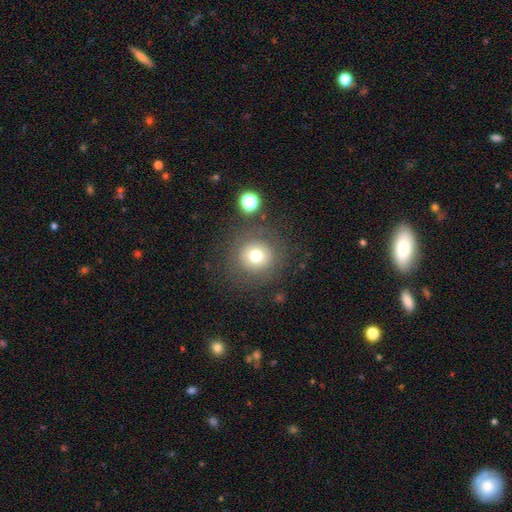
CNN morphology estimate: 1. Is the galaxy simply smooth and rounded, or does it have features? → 71% smooth, 14% featured or disk, 14% star or artifact.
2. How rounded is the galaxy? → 94% round, 5% in between, 1% cigar-shaped.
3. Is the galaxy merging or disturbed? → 84% none, 8% minor disturbance, 5% major disturbance, 3% merger.